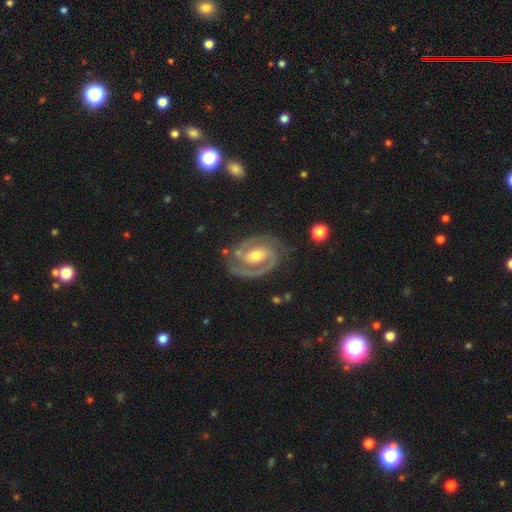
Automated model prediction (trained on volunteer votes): smooth_or_featured: featured or disk (p=0.92) [alt: smooth p=0.05]
disk_edge_on: no (p=0.98) [alt: yes p=0.02]
bar: weak (p=0.43) [alt: strong p=0.34]
has_spiral_arms: yes (p=0.98) [alt: no p=0.02]
spiral_winding: tight (p=0.54) [alt: medium p=0.40]
spiral_arm_count: 2 (p=0.89) [alt: 3 p=0.03]
bulge_size: moderate (p=0.64) [alt: small p=0.28]
merging: none (p=0.79) [alt: minor disturbance p=0.15]